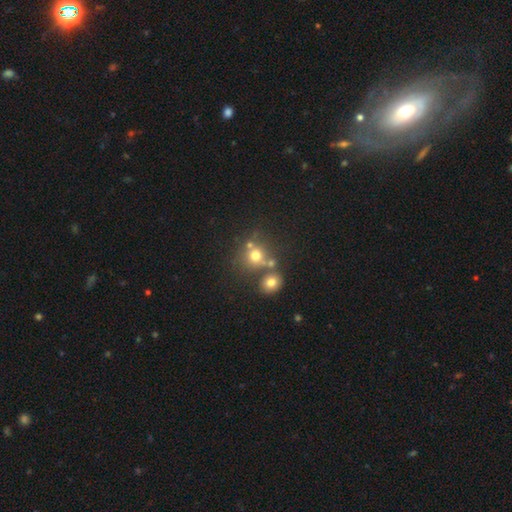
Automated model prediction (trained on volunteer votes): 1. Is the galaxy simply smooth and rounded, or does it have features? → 68% smooth, 18% star or artifact, 14% featured or disk.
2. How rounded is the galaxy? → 84% round, 15% in between, 1% cigar-shaped.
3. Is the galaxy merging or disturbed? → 53% none, 32% merger, 10% minor disturbance, 5% major disturbance.